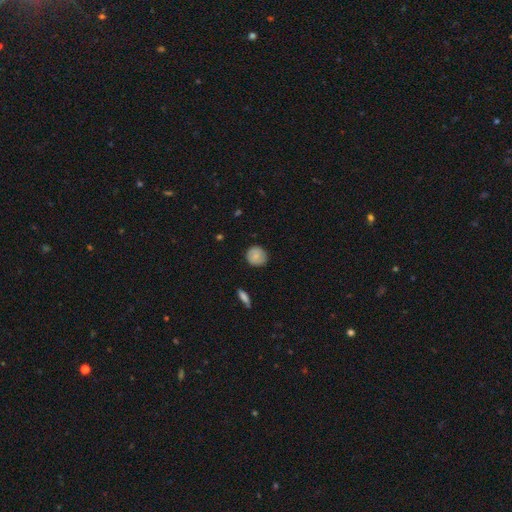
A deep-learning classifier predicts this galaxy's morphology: Q: Smooth or featured?
A: smooth (72%); runner-up: featured or disk (21%)
Q: How rounded?
A: round (89%); runner-up: in between (10%)
Q: Merging?
A: none (84%); runner-up: minor disturbance (12%)